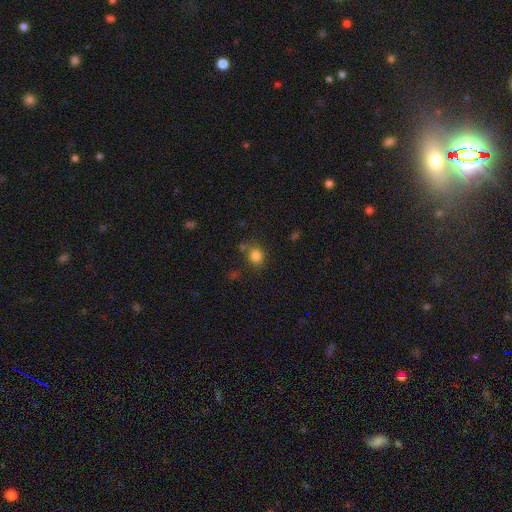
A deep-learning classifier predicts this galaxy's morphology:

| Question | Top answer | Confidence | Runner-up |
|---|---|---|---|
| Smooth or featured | smooth | 83% | star or artifact (12%) |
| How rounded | round | 71% | in between (28%) |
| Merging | none | 70% | minor disturbance (15%) |